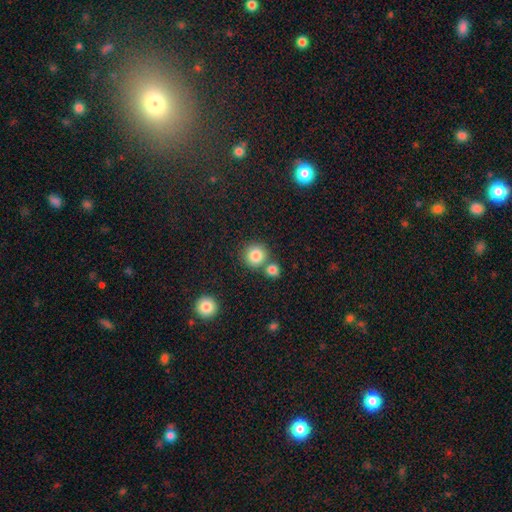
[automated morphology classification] type=smooth (84%); roundness=round (91%); merging=none (67%).